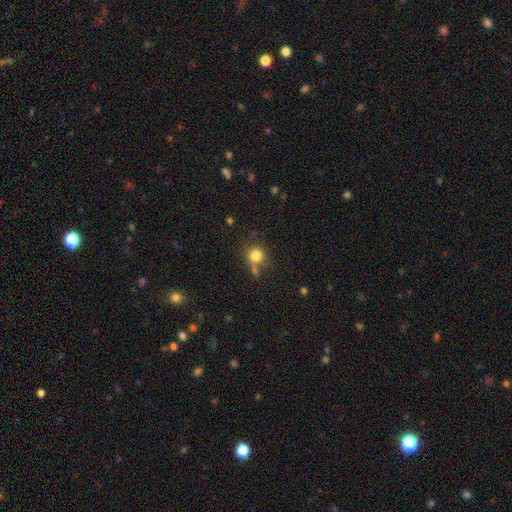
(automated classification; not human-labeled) smooth_or_featured: smooth (p=0.81) [alt: star or artifact p=0.12]
how_rounded: round (p=0.89) [alt: in between p=0.10]
merging: none (p=0.63) [alt: merger p=0.17]